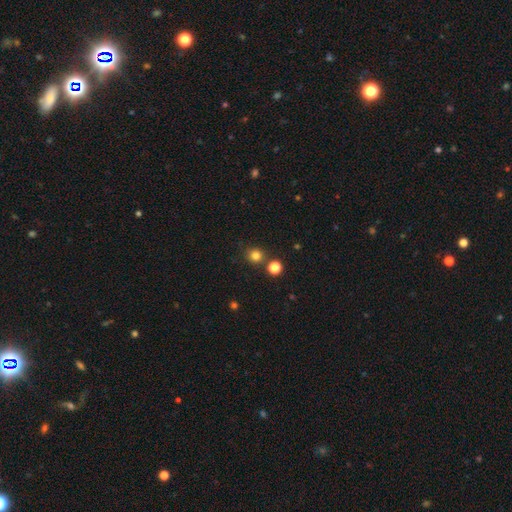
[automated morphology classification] The model was most divided on "smooth or featured": smooth: 80%, star or artifact: 15%, featured or disk: 5%. More confident: how rounded — round (91%); merging — none (82%).